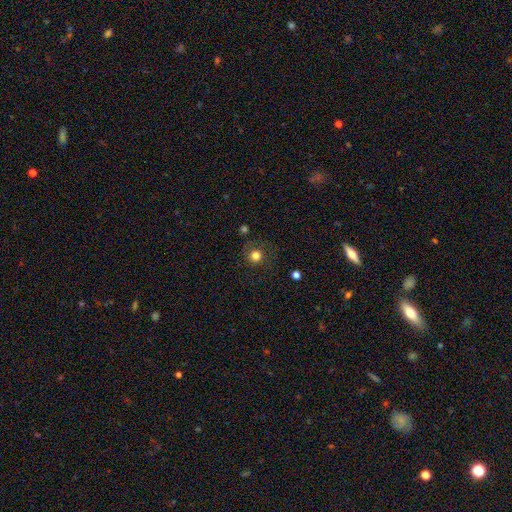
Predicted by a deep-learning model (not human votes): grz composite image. It shows a smooth galaxy with no disk features (77%) that is round (92%). Merging: none (74%).